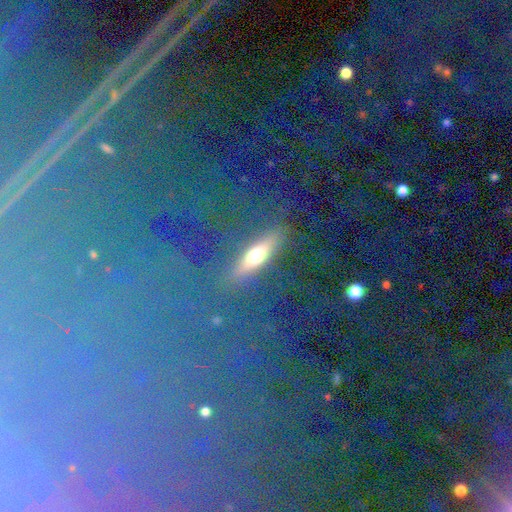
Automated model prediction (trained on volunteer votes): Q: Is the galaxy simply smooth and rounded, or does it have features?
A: smooth — 44%.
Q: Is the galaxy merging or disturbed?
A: none — 80%.